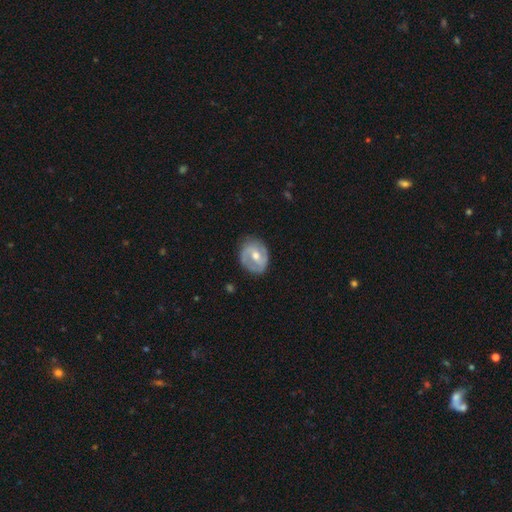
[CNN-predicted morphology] The model was most divided on "spiral winding": medium: 41%, tight: 40%, loose: 19%. Remaining: edge-on disk — no (97%); merging — none (77%); spiral arms — yes (77%); spiral arm count — 2 (74%); bulge size — moderate (72%); smooth or featured — featured or disk (70%); bar — weak (47%).